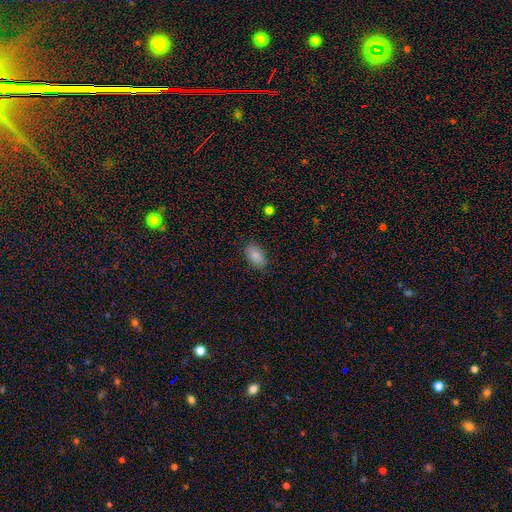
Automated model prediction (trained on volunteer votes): Overall: smooth (86%). How rounded: in between (92%). Merging: none (85%).